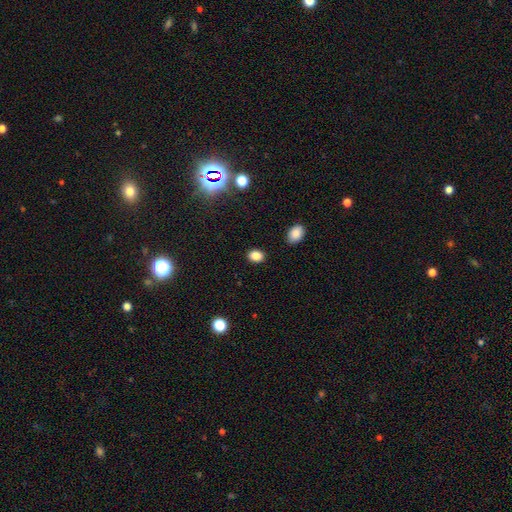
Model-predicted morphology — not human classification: Overall: smooth (85%). How rounded: in between (66%; round 33%). Merging: none (88%).